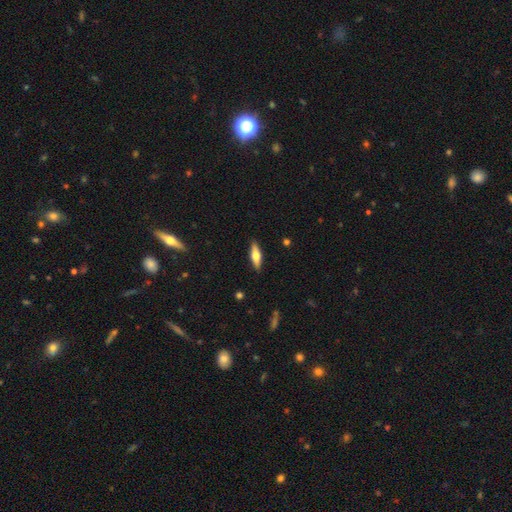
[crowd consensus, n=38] A featured or disk galaxy (58%) viewed edge-on (100%) with a rounded central bulge (95%). Merging: none (89%).